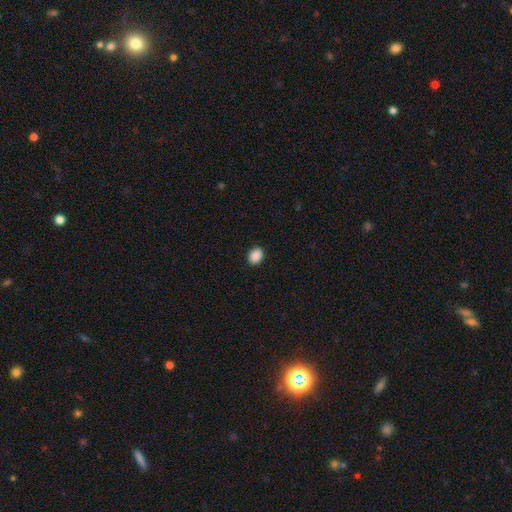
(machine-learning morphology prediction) smooth-or-featured: smooth: 90% | star or artifact: 8% | featured or disk: 2%
  how-rounded: in between: 60% | round: 39% | cigar-shaped: 1%
  merging: none: 90% | minor disturbance: 7% | major disturbance: 2% | merger: 1%